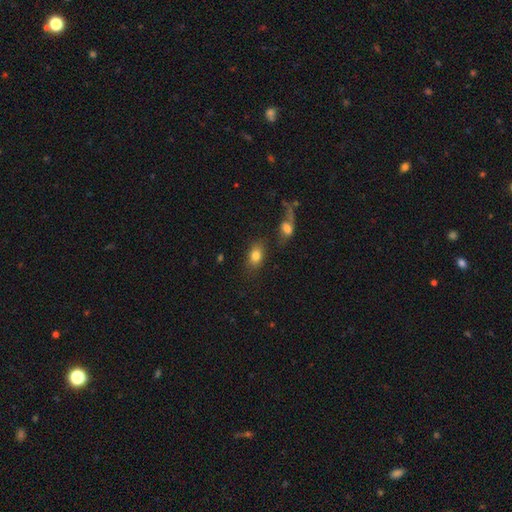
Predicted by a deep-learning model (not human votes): Morphology: type=smooth (81%); roundness=in between (79%); merging=none (67%).